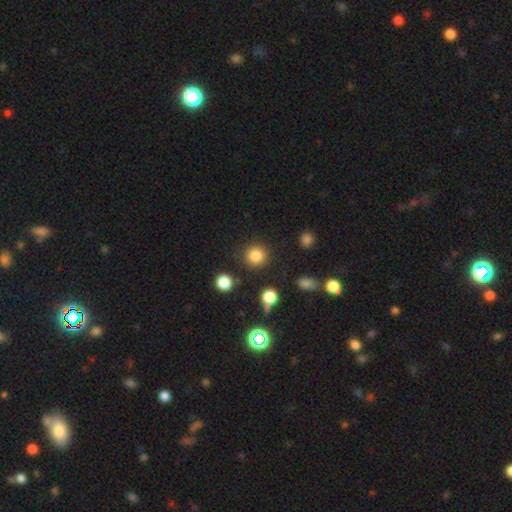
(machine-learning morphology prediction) A smooth galaxy with no disk features (83%) that is round (93%). Merging: none (86%).